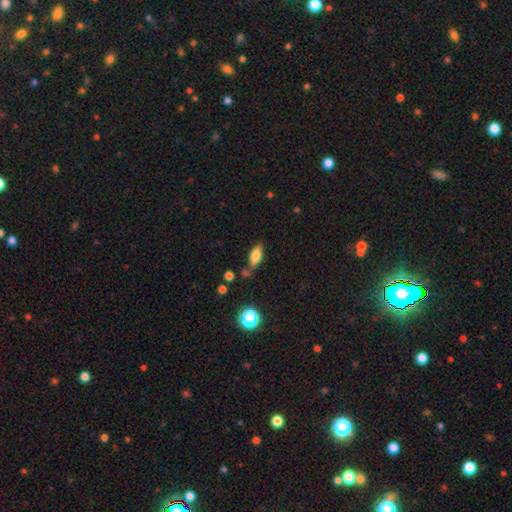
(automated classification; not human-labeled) smooth-or-featured: smooth: 76% | featured or disk: 15% | star or artifact: 9%
  how-rounded: in between: 80% | cigar-shaped: 15% | round: 4%
  merging: none: 70% | minor disturbance: 17% | merger: 9% | major disturbance: 4%